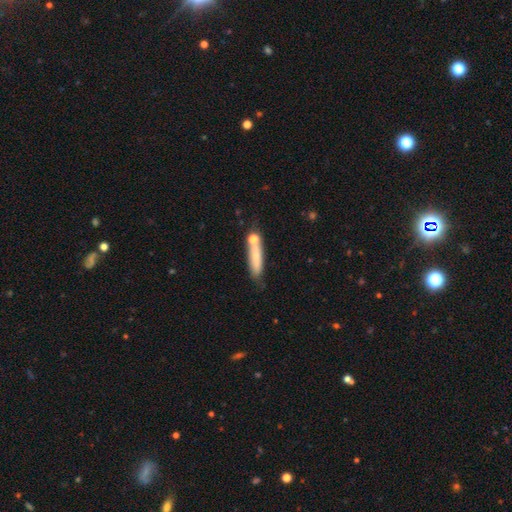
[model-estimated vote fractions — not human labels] Overall: smooth (72%). How rounded: cigar-shaped (76%). Merging: none (61%).